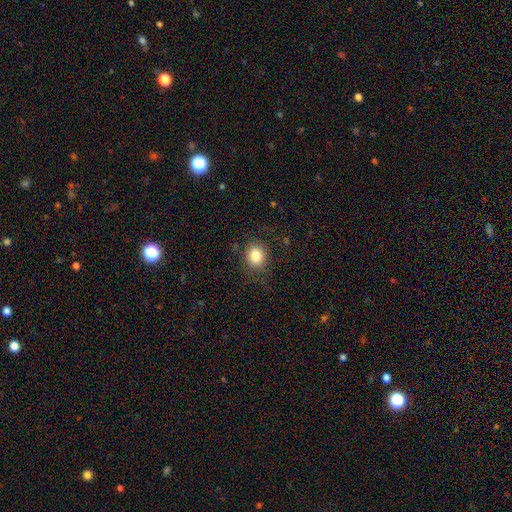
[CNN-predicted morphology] A smooth galaxy with no disk features (83%) that is round (73%). Merging: none (82%).